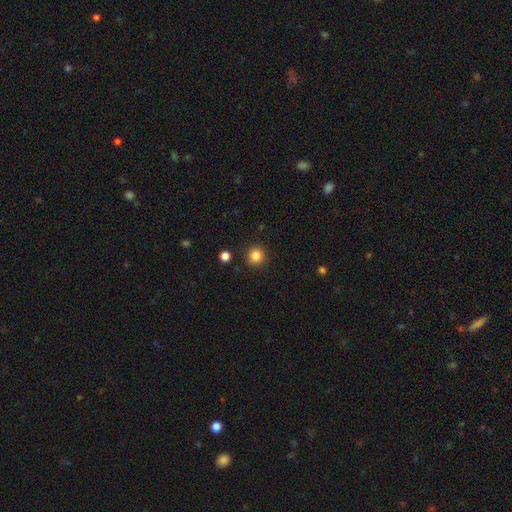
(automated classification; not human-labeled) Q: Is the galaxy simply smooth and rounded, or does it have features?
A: smooth — 84%.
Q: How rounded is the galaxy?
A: round — 95%.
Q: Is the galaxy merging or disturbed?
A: none — 91%.